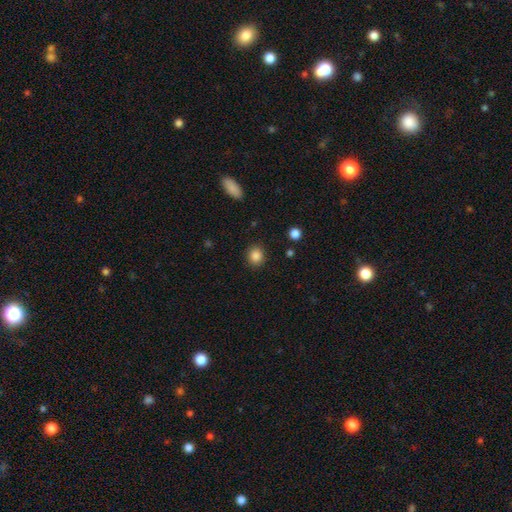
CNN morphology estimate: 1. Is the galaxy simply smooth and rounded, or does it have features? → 86% smooth, 10% star or artifact, 4% featured or disk.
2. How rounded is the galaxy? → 80% round, 19% in between, 1% cigar-shaped.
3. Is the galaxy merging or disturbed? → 90% none, 7% minor disturbance, 2% major disturbance, 1% merger.